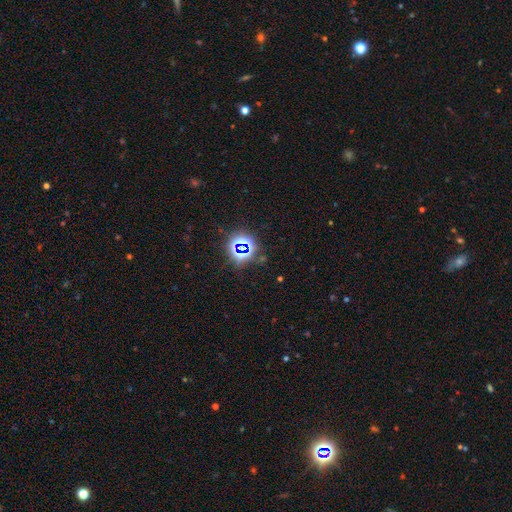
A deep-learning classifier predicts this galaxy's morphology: smooth-or-featured: star or artifact: 81% | smooth: 12% | featured or disk: 7%